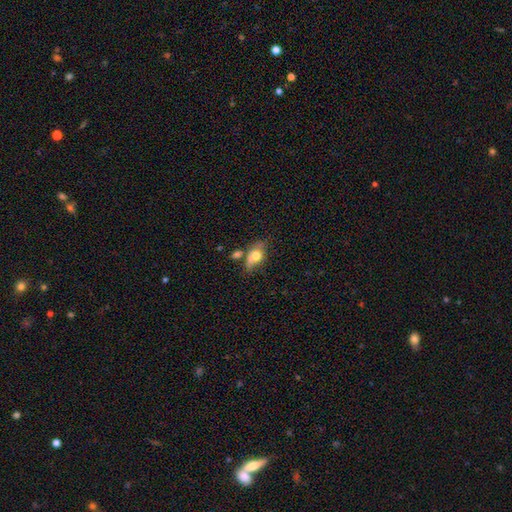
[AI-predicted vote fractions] Smooth or featured?
  - smooth: 65% *
  - featured or disk: 26%
  - star or artifact: 9%
How rounded?
  - in between: 73% *
  - round: 22%
  - cigar-shaped: 5%
Merging?
  - none: 38% *
  - minor disturbance: 24%
  - merger: 23%
  - major disturbance: 15%